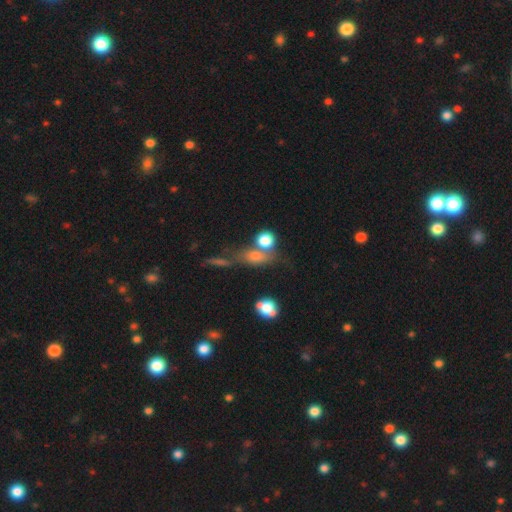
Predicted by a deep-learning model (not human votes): Smooth or featured? Predicted: smooth (p=0.63). How rounded? Predicted: round (p=0.46). Merging? Predicted: none (p=0.48).